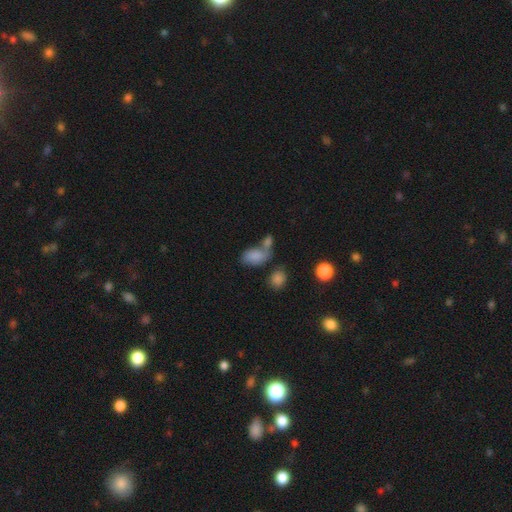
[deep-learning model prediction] smooth 81%, featured or disk 10%, star or artifact 10%. Down the decision tree: how rounded — in between (91%); merging — merger (43%).